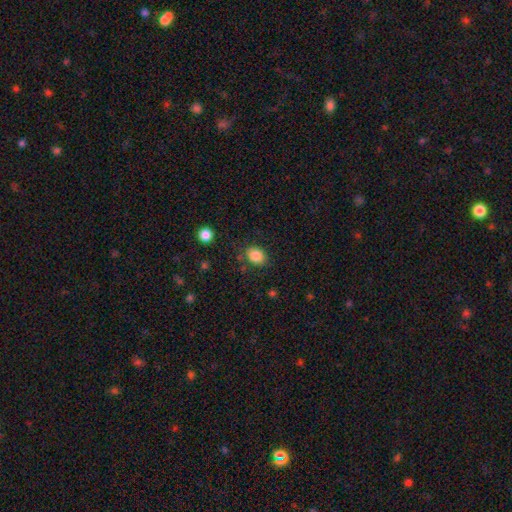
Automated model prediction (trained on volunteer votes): Smooth or featured?
  - smooth: 85% *
  - star or artifact: 9%
  - featured or disk: 6%
How rounded?
  - in between: 56% *
  - round: 43%
  - cigar-shaped: 1%
Merging?
  - none: 79% *
  - minor disturbance: 14%
  - major disturbance: 4%
  - merger: 3%